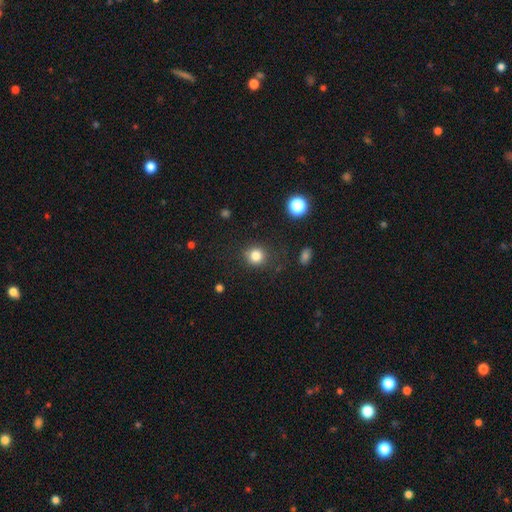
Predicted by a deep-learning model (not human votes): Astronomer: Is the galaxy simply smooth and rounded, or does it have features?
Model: smooth — 82%.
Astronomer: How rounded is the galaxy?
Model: round — 88%.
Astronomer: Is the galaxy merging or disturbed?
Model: none — 82%.